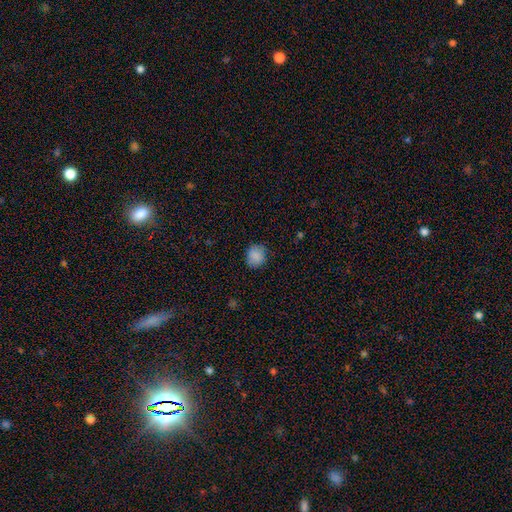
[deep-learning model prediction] Smooth or featured: smooth — 87% (star or artifact — 9%)
How rounded: round — 81% (in between — 18%)
Merging: none — 82% (minor disturbance — 13%)